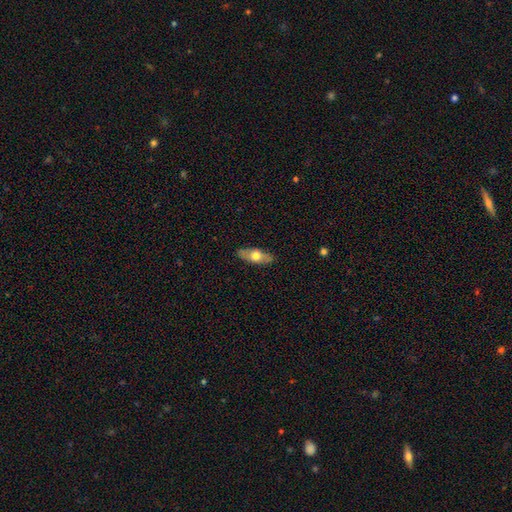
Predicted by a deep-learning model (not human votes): smooth-or-featured: smooth: 57% | featured or disk: 38% | star or artifact: 6%
  how-rounded: in between: 72% | cigar-shaped: 24% | round: 4%
  merging: none: 87% | minor disturbance: 10% | major disturbance: 2% | merger: 1%